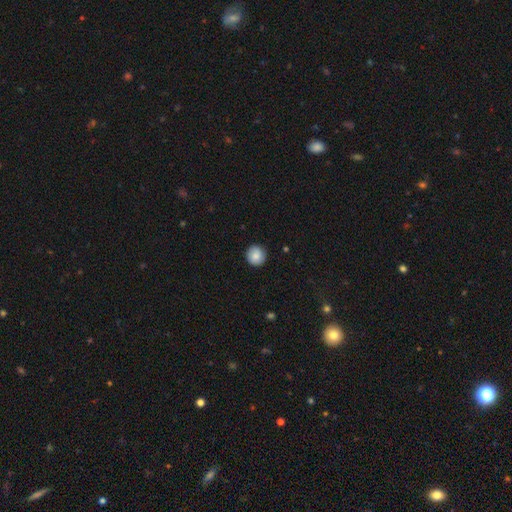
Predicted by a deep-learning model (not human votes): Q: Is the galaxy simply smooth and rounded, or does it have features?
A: smooth — 85%.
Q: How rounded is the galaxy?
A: round — 93%.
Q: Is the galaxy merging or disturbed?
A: none — 90%.